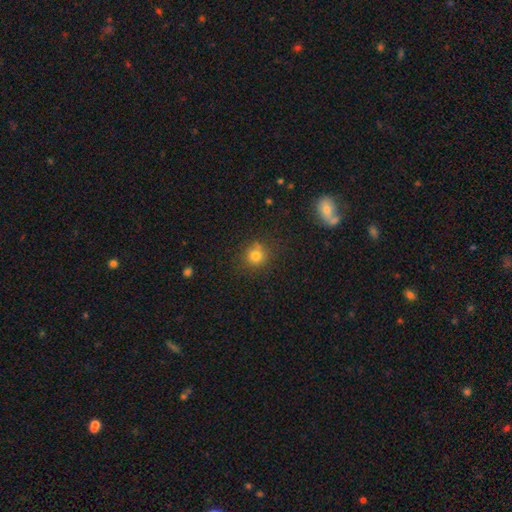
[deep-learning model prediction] Morphology: type=smooth (80%); roundness=round (89%); merging=none (82%).